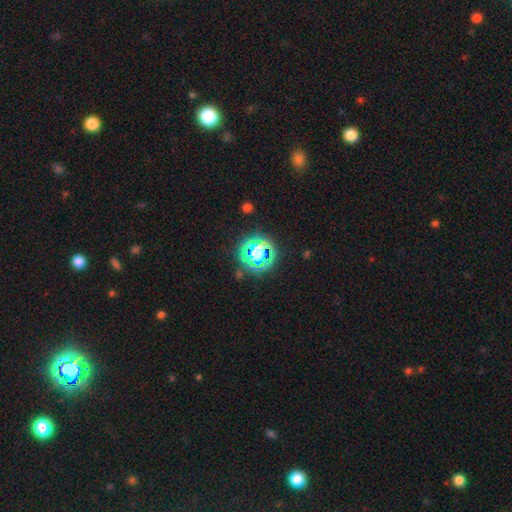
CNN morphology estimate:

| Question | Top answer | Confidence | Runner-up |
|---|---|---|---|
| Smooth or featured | star or artifact | 72% | smooth (19%) |